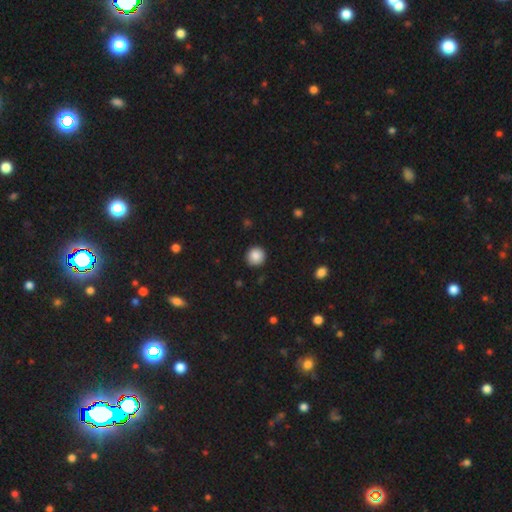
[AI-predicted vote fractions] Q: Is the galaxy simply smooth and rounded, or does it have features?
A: smooth — 87%.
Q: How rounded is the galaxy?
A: round — 93%.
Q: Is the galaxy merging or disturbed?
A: none — 90%.